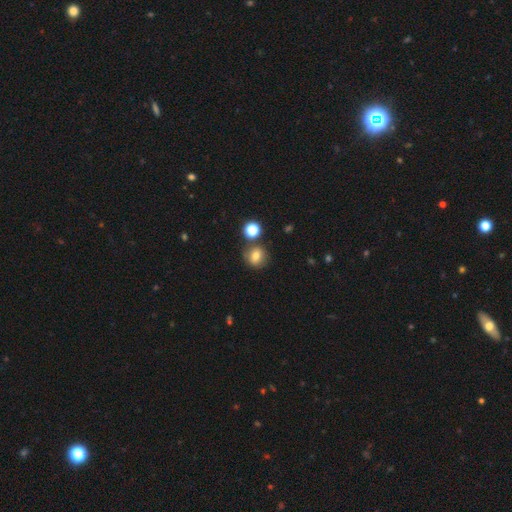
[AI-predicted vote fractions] This is likely a smooth galaxy (75%). How rounded: clearly round (81%). Merging: likely none (75%).